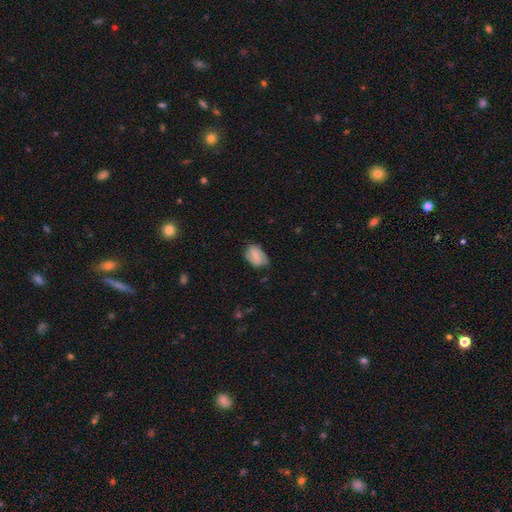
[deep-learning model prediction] smooth 54%, featured or disk 38%, star or artifact 8%. Down the decision tree: how rounded — in between (83%); merging — none (59%).